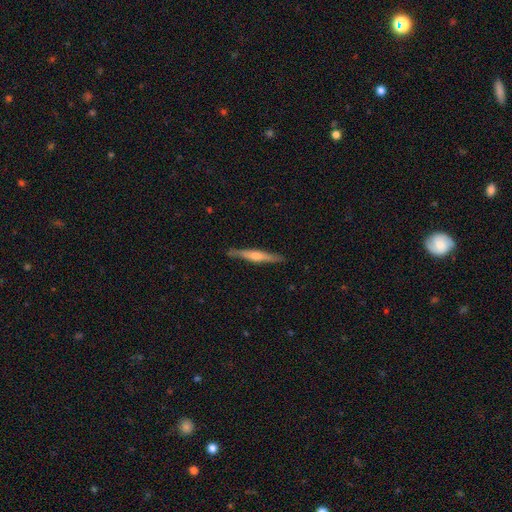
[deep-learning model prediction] This appears to be a featured or disk galaxy (54%) viewed edge-on (96%) with a rounded central bulge (61%). Merging: none (86%).